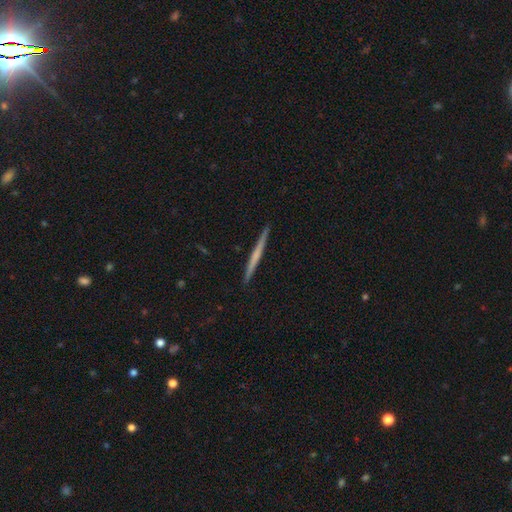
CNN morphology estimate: A featured or disk galaxy (53%) viewed edge-on (98%) with no central bulge (80%). Merging: none (93%).